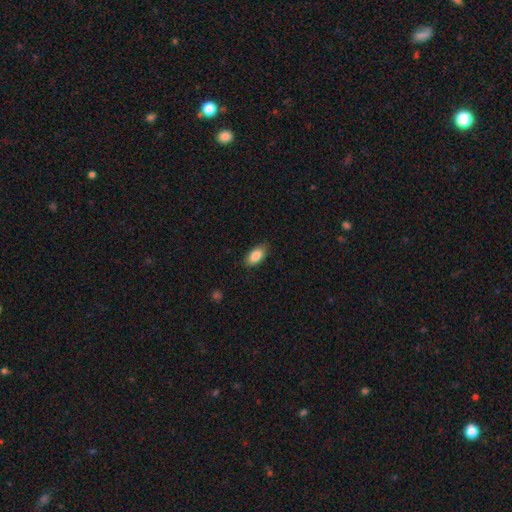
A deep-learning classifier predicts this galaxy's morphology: smooth 87%, star or artifact 7%, featured or disk 6%. Down the decision tree: how rounded — in between (92%); merging — none (85%).